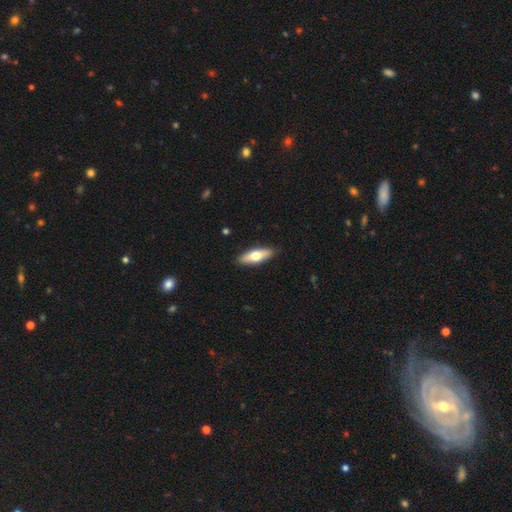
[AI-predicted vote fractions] Q: Smooth or featured?
A: smooth (60%); runner-up: featured or disk (35%)
Q: How rounded?
A: in between (52%); runner-up: cigar-shaped (45%)
Q: Merging?
A: none (89%); runner-up: minor disturbance (8%)